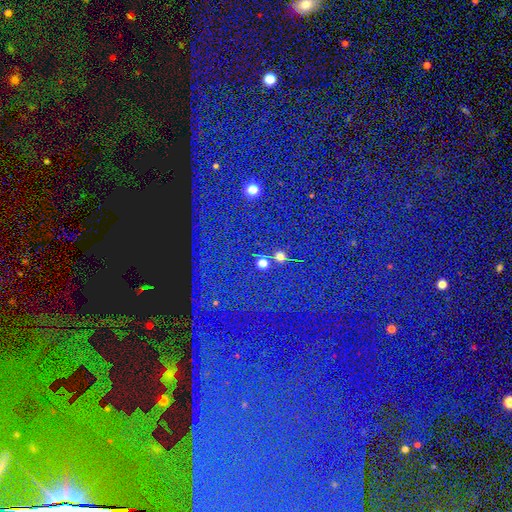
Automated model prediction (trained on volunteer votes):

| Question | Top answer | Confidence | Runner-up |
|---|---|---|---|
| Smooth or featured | star or artifact | 81% | smooth (12%) |